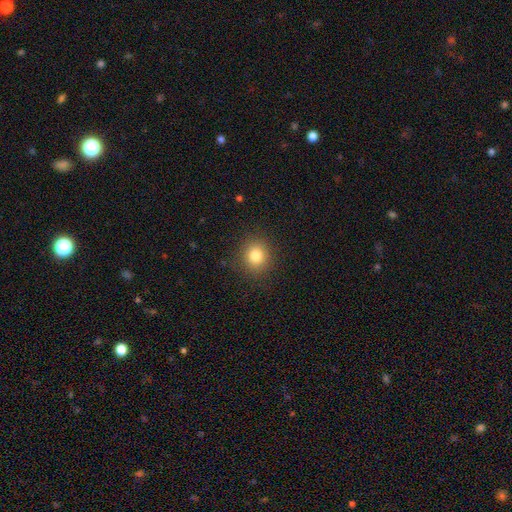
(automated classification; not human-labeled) Smooth or featured?
  - smooth: 81% *
  - star or artifact: 12%
  - featured or disk: 7%
How rounded?
  - round: 84% *
  - in between: 15%
  - cigar-shaped: 1%
Merging?
  - none: 88% *
  - minor disturbance: 8%
  - major disturbance: 3%
  - merger: 1%